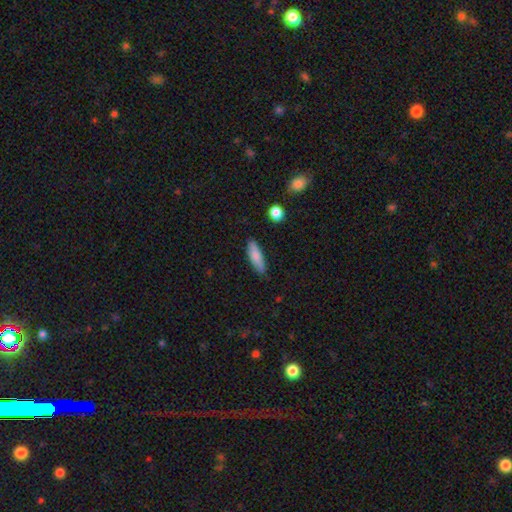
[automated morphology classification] Smooth or featured? smooth (82%)
How rounded? cigar-shaped (57%)
Merging? none (84%)